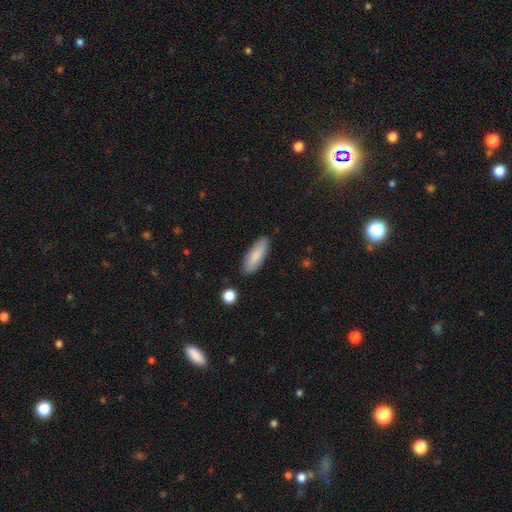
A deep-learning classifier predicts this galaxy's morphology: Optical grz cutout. It shows a smooth galaxy with no disk features (85%) that is in between round and cigar-shaped (60%). Merging: none (86%).